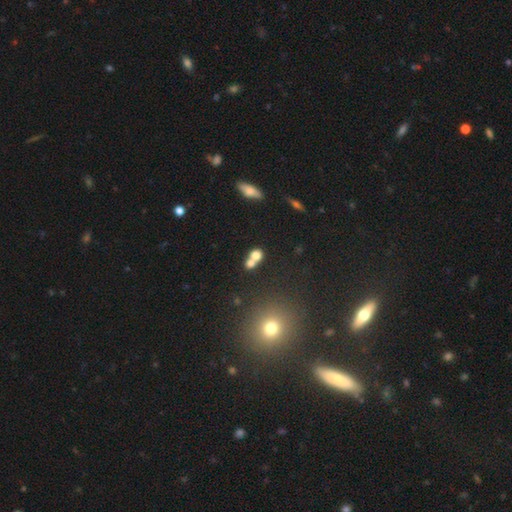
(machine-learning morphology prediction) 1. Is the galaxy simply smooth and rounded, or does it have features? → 71% smooth, 16% featured or disk, 13% star or artifact.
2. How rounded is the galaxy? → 64% round, 34% in between, 2% cigar-shaped.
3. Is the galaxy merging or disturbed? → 60% merger, 29% none, 7% minor disturbance, 4% major disturbance.